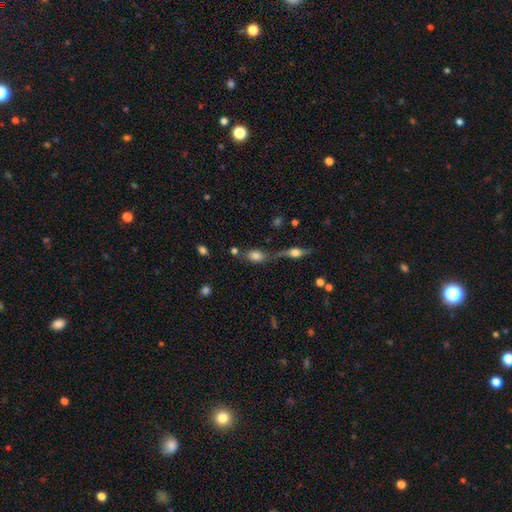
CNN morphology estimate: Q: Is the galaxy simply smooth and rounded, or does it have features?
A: smooth — 77%.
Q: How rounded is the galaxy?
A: in between — 79%.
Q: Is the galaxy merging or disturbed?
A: none — 50%.